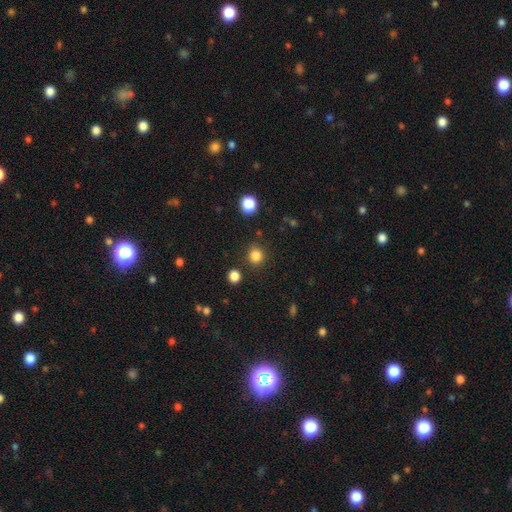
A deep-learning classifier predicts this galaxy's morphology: Smooth or featured?
  - smooth: 84% *
  - star or artifact: 13%
  - featured or disk: 4%
How rounded?
  - round: 88% *
  - in between: 11%
  - cigar-shaped: 1%
Merging?
  - none: 85% *
  - minor disturbance: 8%
  - merger: 4%
  - major disturbance: 3%